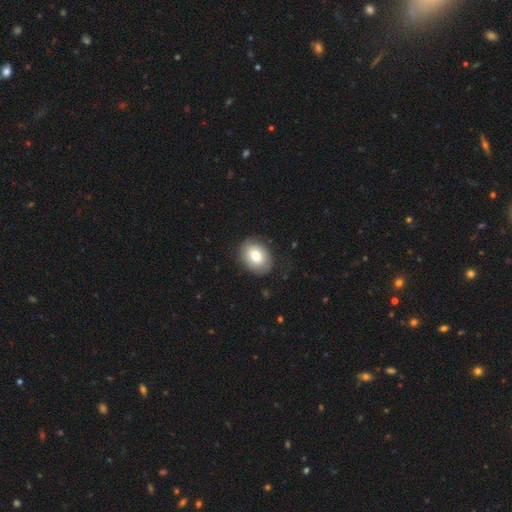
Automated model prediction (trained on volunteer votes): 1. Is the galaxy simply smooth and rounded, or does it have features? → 75% smooth, 17% featured or disk, 7% star or artifact.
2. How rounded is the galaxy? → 64% in between, 36% round, 1% cigar-shaped.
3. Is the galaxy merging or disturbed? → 82% none, 13% minor disturbance, 4% major disturbance, 1% merger.